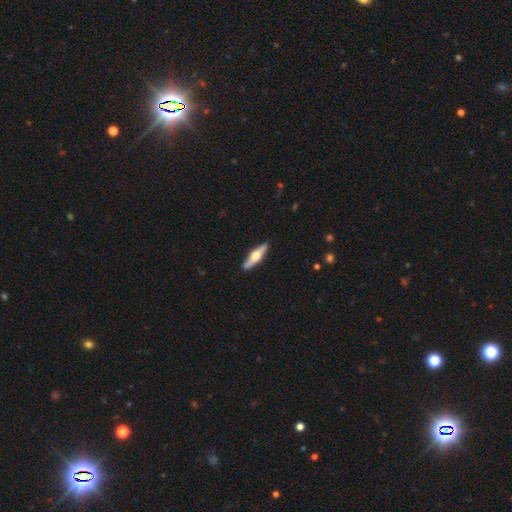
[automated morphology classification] Overall: featured or disk (61%; smooth 34%). Edge-on disk: yes (95%). Edge-on bulge: rounded (93%). Merging: none (89%).